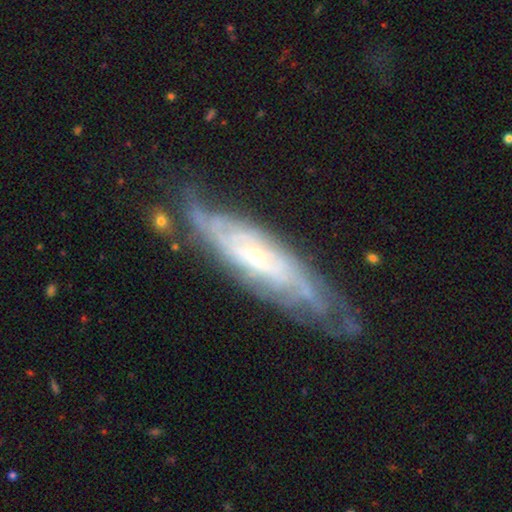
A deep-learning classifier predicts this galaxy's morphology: Overall: featured or disk (84%). Edge-on disk: no (75%). Bar: no (63%; weak 28%). Spiral arms: yes (94%). Spiral arm count: can't tell (54%). Spiral winding: tight (70%). Bulge size: small (66%; moderate 30%). Merging: none (69%).